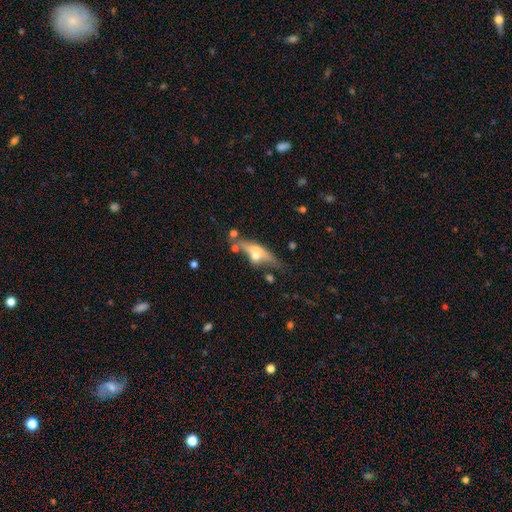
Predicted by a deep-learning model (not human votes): Smooth or featured: featured or disk — 55% (smooth — 36%)
Edge-on disk: yes — 74% (no — 26%)
Merging: none — 48% (minor disturbance — 22%)